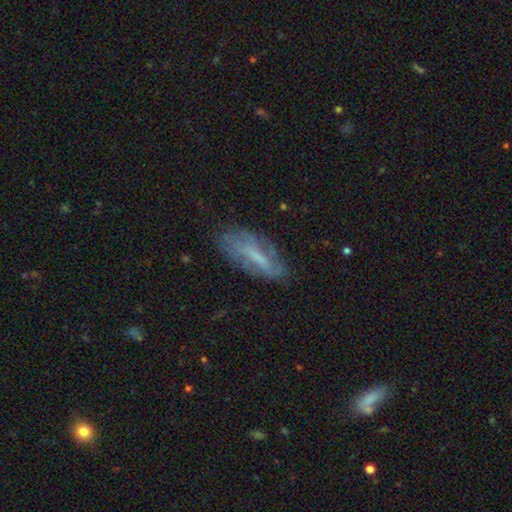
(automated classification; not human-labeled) A featured or disk galaxy (46%). Merging: none (64%).